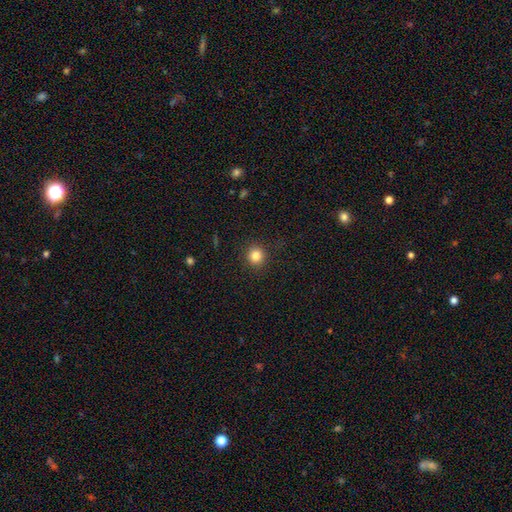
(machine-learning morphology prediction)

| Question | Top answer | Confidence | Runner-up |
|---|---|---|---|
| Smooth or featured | smooth | 83% | star or artifact (12%) |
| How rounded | round | 91% | in between (8%) |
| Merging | none | 90% | minor disturbance (7%) |